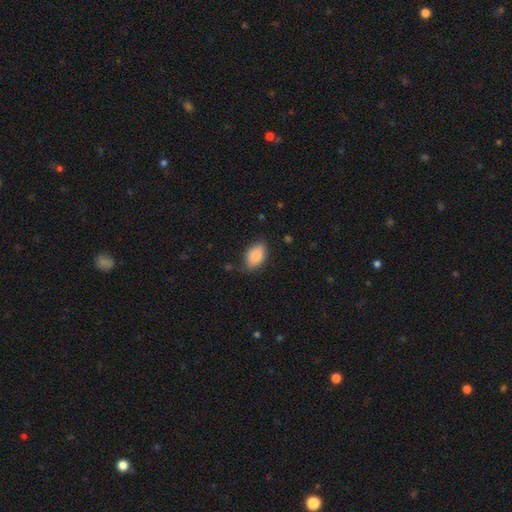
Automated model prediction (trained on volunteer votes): smooth_or_featured: smooth (p=0.87) [alt: star or artifact p=0.07]
how_rounded: in between (p=0.89) [alt: round p=0.09]
merging: none (p=0.69) [alt: minor disturbance p=0.25]